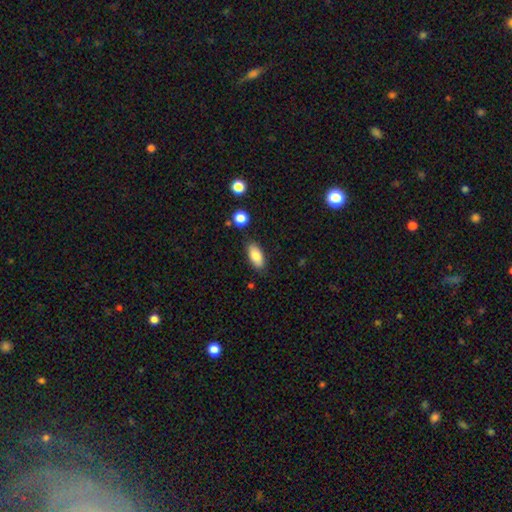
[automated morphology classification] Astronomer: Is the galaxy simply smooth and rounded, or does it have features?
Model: smooth — 84%.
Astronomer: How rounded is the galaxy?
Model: in between — 88%.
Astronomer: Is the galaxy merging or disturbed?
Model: none — 84%.